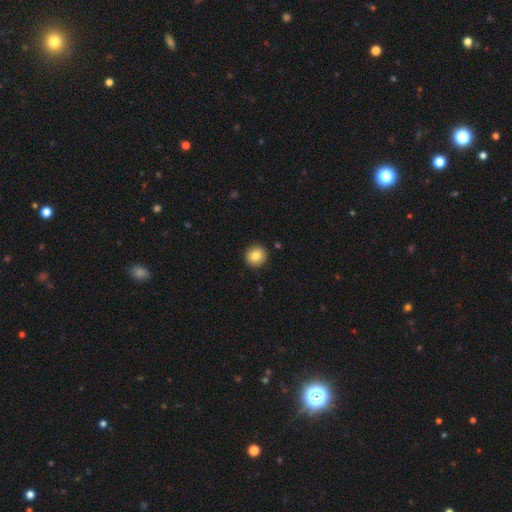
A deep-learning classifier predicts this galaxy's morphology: This is clearly a smooth galaxy (83%). How rounded: clearly round (93%). Merging: clearly none (91%).